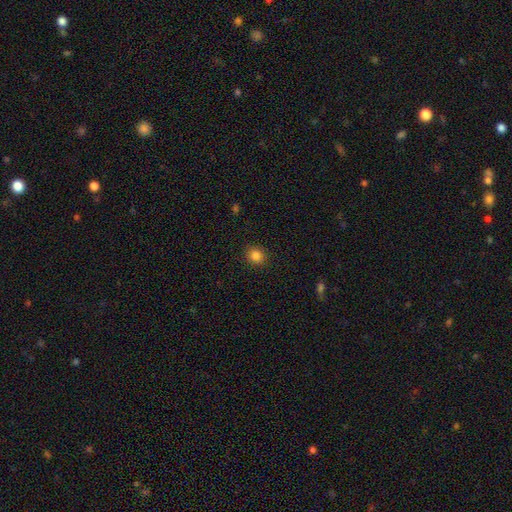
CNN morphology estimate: The model was most divided on "how rounded": round: 81%, in between: 18%, cigar-shaped: 1%. More confident: merging — none (91%); smooth or featured — smooth (84%).